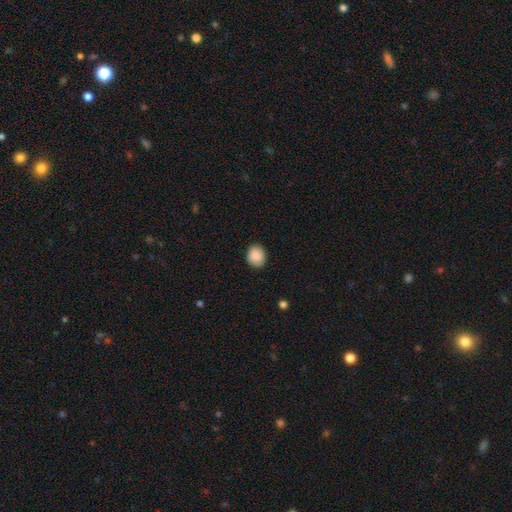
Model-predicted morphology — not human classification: smooth 89%, star or artifact 8%, featured or disk 4%. Down the decision tree: how rounded — round (67%); merging — none (86%).